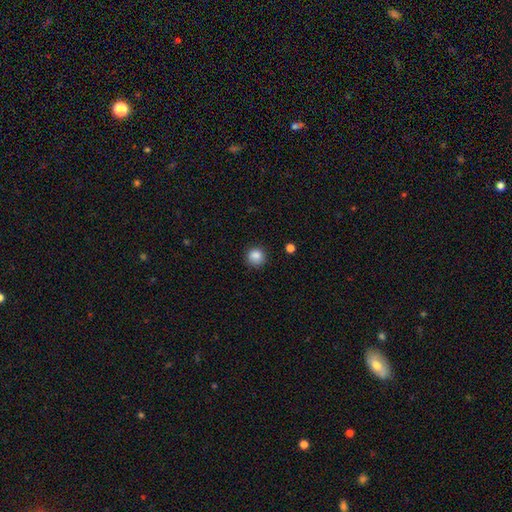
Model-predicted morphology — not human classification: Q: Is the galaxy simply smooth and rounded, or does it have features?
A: smooth — 86%.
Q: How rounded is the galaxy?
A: round — 93%.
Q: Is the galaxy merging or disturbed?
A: none — 88%.